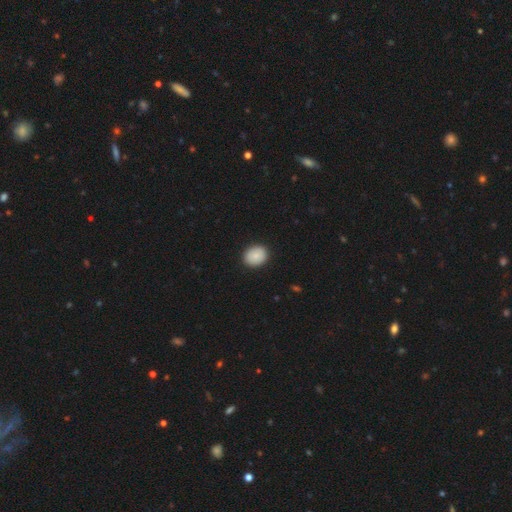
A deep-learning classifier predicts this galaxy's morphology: A smooth galaxy with no disk features (89%) that is round (55%). Merging: none (91%).